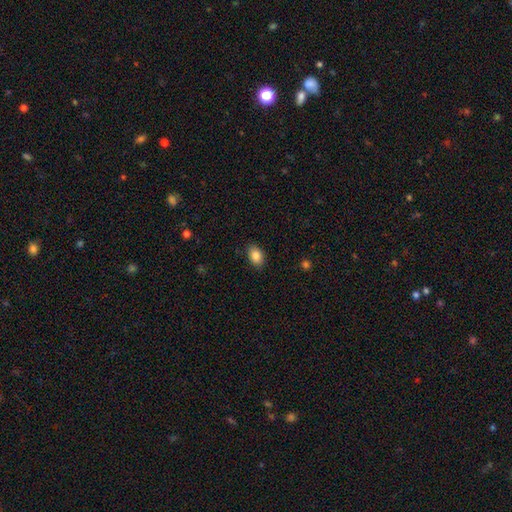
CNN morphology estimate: A smooth galaxy with no disk features (86%) that is in between round and cigar-shaped (82%).

Vote fractions:
- Smooth or featured? smooth: 86% / star or artifact: 9% / featured or disk: 6%
- How rounded? in between: 82% / round: 17% / cigar-shaped: 1%
- Merging? none: 86% / minor disturbance: 10% / major disturbance: 2% / merger: 1%